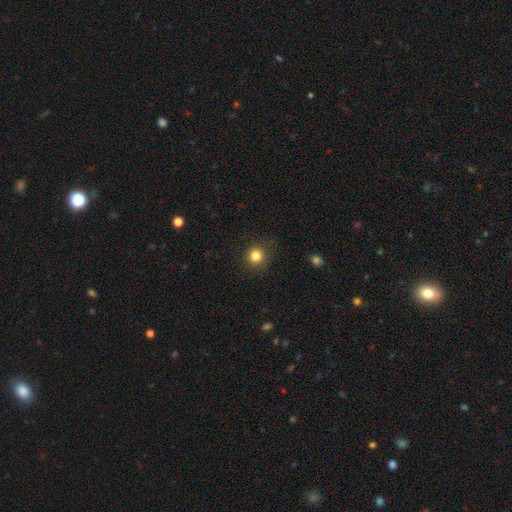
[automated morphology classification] smooth_or_featured: smooth (p=0.83) [alt: star or artifact p=0.12]
how_rounded: round (p=0.92) [alt: in between p=0.07]
merging: none (p=0.88) [alt: minor disturbance p=0.08]